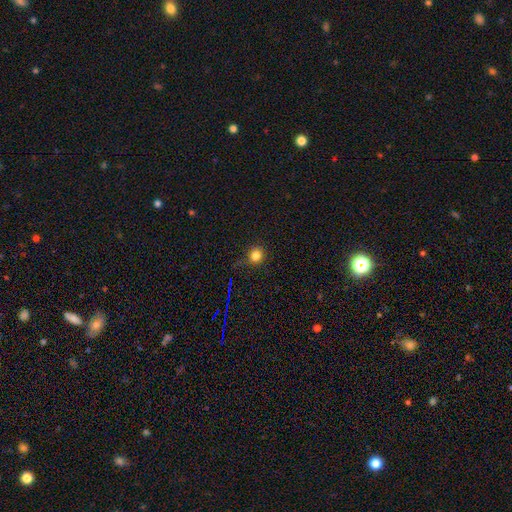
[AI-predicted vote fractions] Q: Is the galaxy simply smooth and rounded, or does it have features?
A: smooth — 78%.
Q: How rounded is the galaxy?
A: round — 87%.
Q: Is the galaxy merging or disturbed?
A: none — 77%.